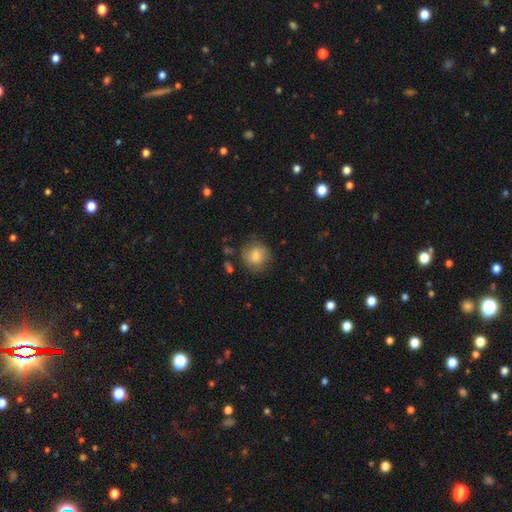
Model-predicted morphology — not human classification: This appears to be a smooth galaxy with no disk features (77%) that is round (84%). Merging: none (75%).